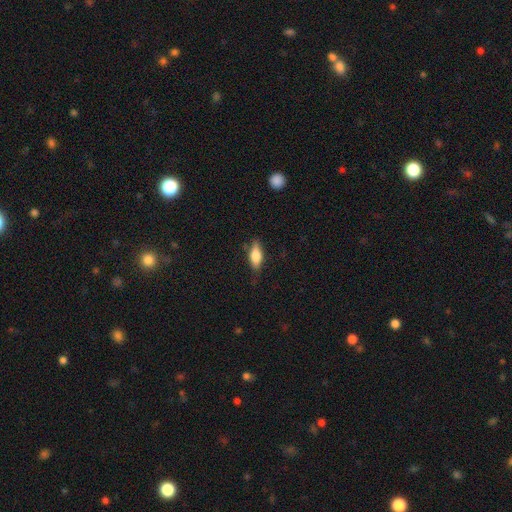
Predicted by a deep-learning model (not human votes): Smooth or featured?
  - smooth: 69% *
  - featured or disk: 24%
  - star or artifact: 7%
How rounded?
  - in between: 73% *
  - cigar-shaped: 24%
  - round: 3%
Merging?
  - none: 74% *
  - minor disturbance: 20%
  - major disturbance: 4%
  - merger: 2%